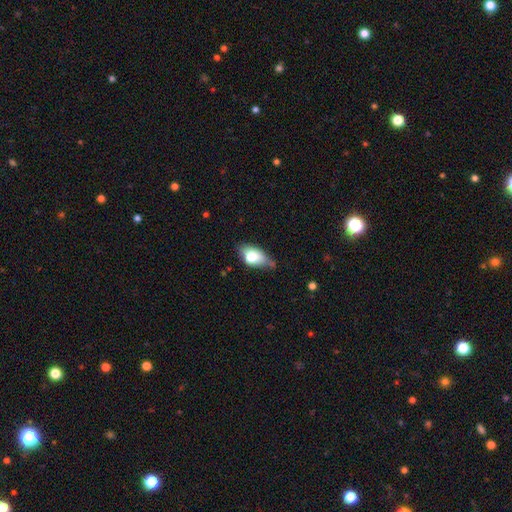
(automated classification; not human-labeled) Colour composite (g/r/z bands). It shows a smooth galaxy with no disk features (71%) that is in between round and cigar-shaped (85%). Merging: none (46%).